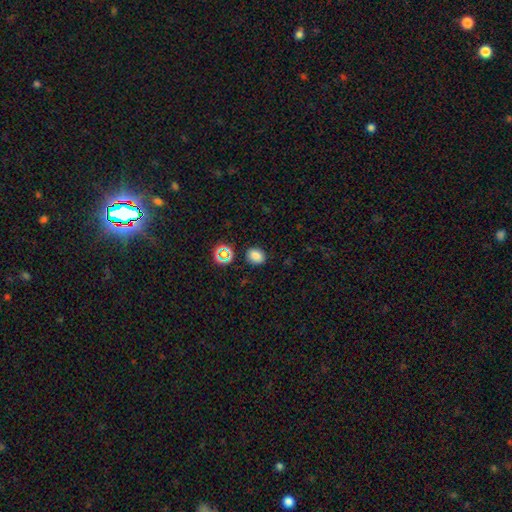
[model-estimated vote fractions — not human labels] The model was most divided on "how rounded": round: 52%, in between: 47%, cigar-shaped: 1%. More confident: merging — none (85%); smooth or featured — smooth (79%).